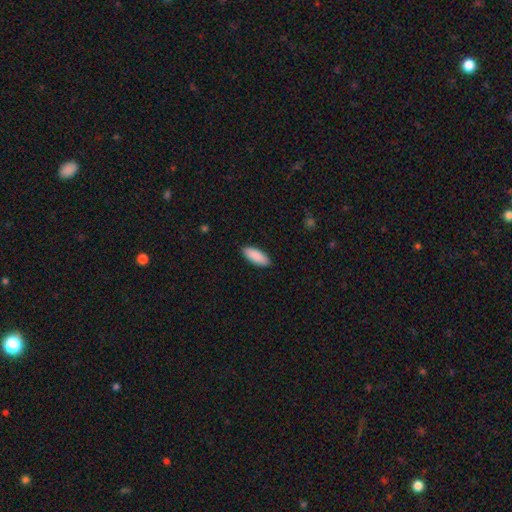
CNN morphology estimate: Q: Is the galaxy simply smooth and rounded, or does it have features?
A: smooth — 91%.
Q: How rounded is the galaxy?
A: in between — 77%.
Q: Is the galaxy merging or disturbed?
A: none — 90%.